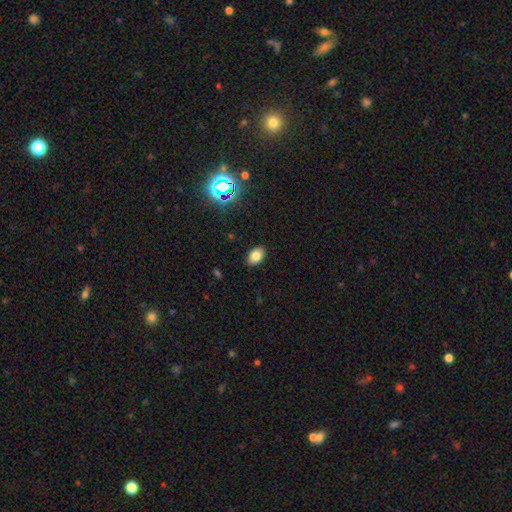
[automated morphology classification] Q: Smooth or featured?
A: smooth (80%); runner-up: star or artifact (13%)
Q: How rounded?
A: in between (85%); runner-up: round (14%)
Q: Merging?
A: none (89%); runner-up: minor disturbance (8%)